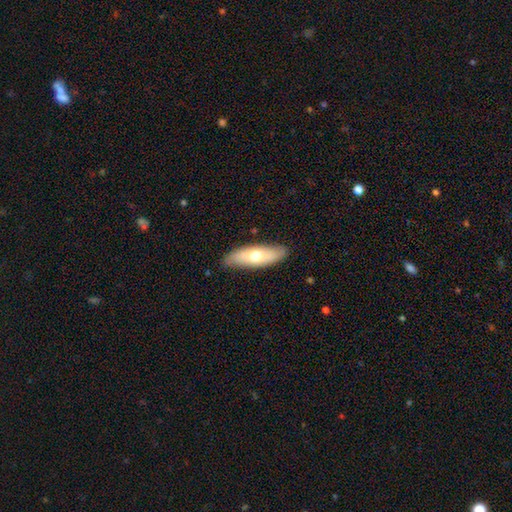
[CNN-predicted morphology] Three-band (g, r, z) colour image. It shows a smooth galaxy with no disk features (61%) that is in between round and cigar-shaped (55%). Merging: none (83%).